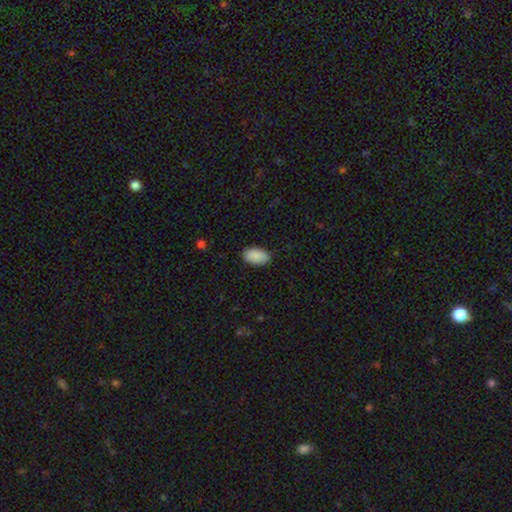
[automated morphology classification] The model was most divided on "merging": none: 87%, minor disturbance: 10%, major disturbance: 2%, merger: 1%. More confident: how rounded — in between (95%); smooth or featured — smooth (90%).